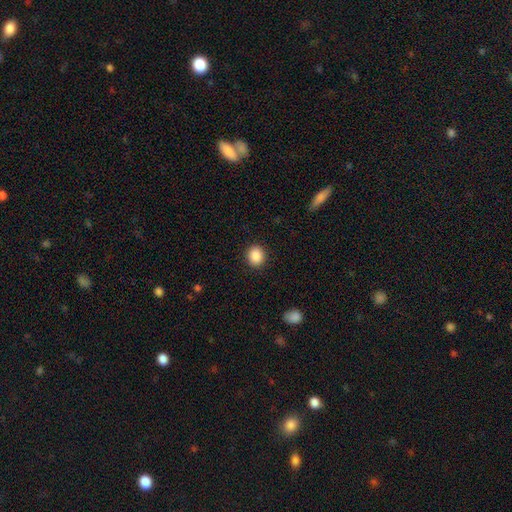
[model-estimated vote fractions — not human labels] Smooth or featured: smooth — 88% (star or artifact — 9%)
How rounded: round — 79% (in between — 20%)
Merging: none — 91% (minor disturbance — 6%)